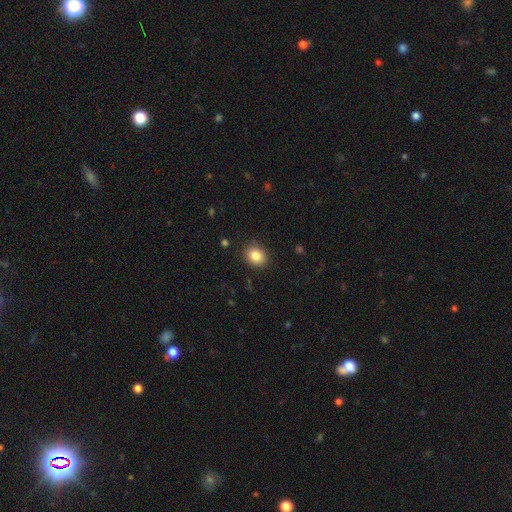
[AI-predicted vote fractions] smooth_or_featured: smooth (p=0.84) [alt: star or artifact p=0.10]
how_rounded: round (p=0.59) [alt: in between p=0.40]
merging: none (p=0.88) [alt: minor disturbance p=0.08]